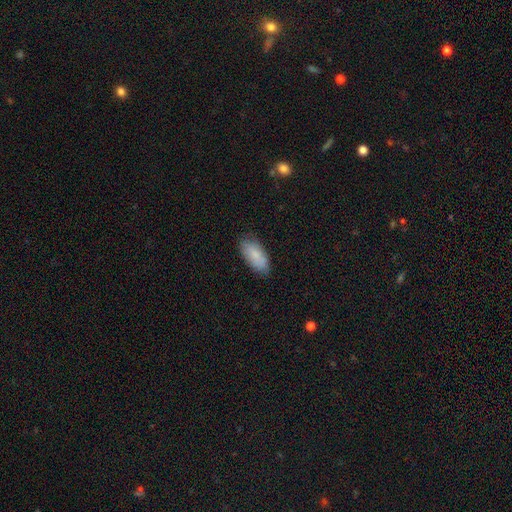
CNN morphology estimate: smooth-or-featured: smooth: 83% | featured or disk: 11% | star or artifact: 6%
  how-rounded: in between: 91% | cigar-shaped: 7% | round: 2%
  merging: none: 79% | minor disturbance: 17% | major disturbance: 3% | merger: 1%